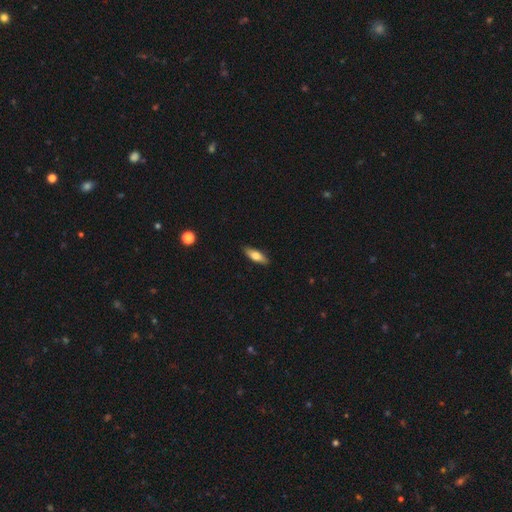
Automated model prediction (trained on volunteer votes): A smooth galaxy with no disk features (68%) that is in between round and cigar-shaped (55%). Merging: none (89%).